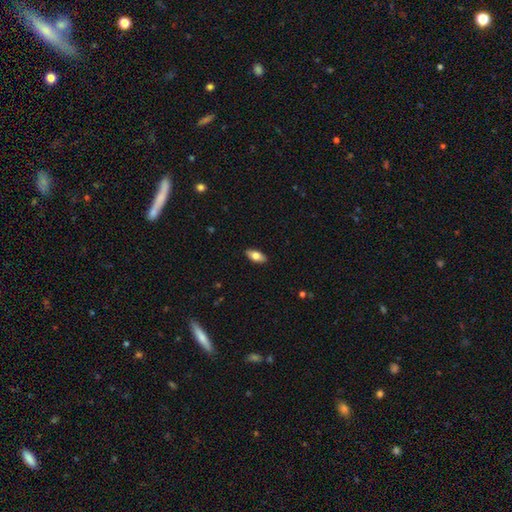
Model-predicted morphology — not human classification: smooth 72%, featured or disk 22%, star or artifact 6%. Down the decision tree: how rounded — in between (86%); merging — none (89%).